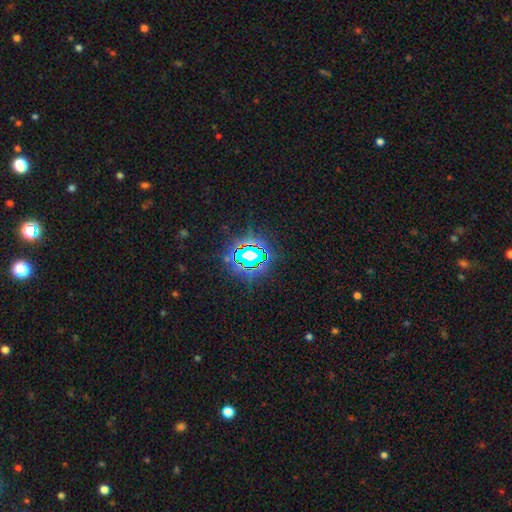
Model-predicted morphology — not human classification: Smooth or featured: star or artifact — 77% (smooth — 13%)